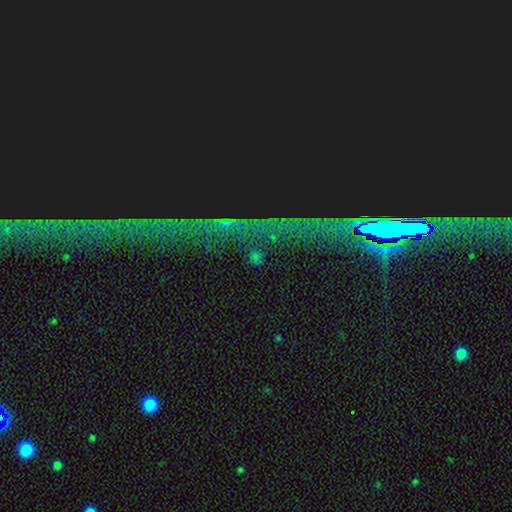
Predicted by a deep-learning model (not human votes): Morphology: type=star or artifact (72%).